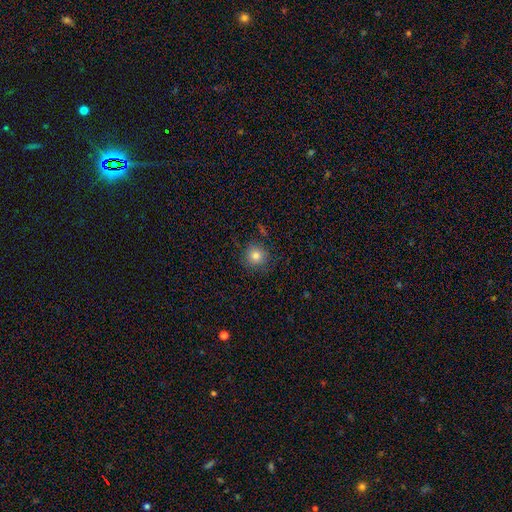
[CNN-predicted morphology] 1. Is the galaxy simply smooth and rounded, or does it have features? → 81% smooth, 12% star or artifact, 7% featured or disk.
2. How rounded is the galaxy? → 93% round, 6% in between, 1% cigar-shaped.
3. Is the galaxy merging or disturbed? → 86% none, 10% minor disturbance, 3% major disturbance, 2% merger.